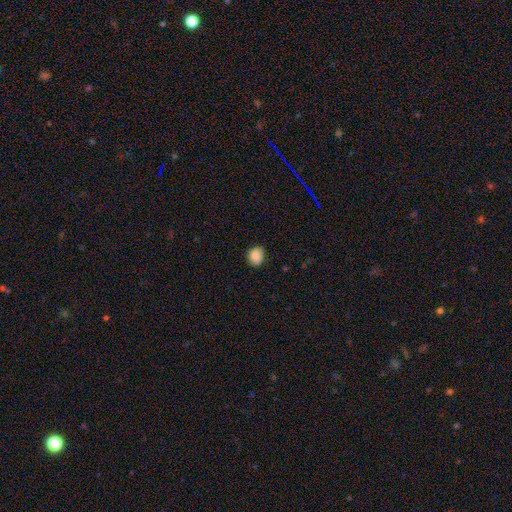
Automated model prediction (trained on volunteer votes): smooth 87%, star or artifact 8%, featured or disk 4%. Down the decision tree: how rounded — round (66%); merging — none (81%).